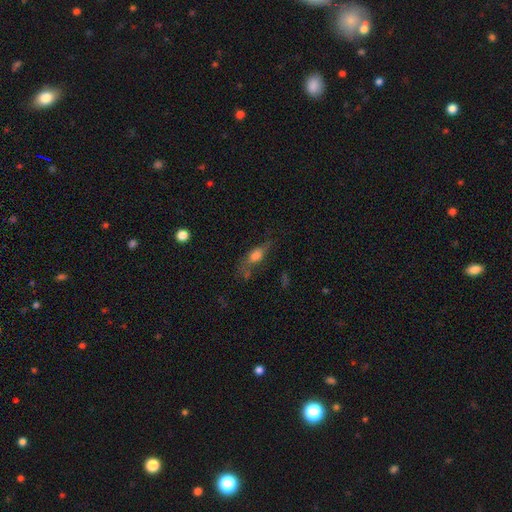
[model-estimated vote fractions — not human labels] Smooth or featured: smooth — 58% (featured or disk — 29%)
How rounded: in between — 66% (cigar-shaped — 27%)
Merging: none — 44% (minor disturbance — 26%)